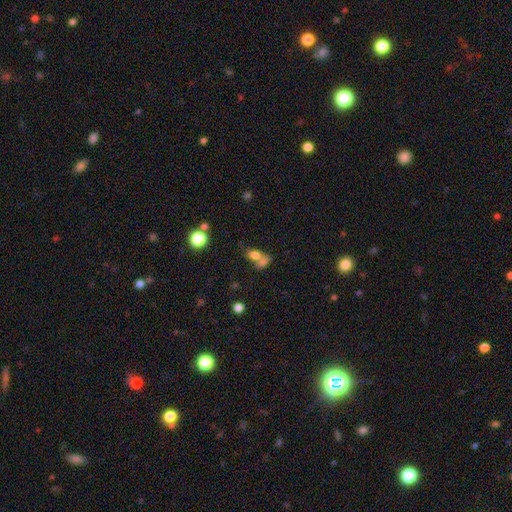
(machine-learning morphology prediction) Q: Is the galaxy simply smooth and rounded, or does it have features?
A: smooth — 73%.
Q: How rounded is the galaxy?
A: in between — 77%.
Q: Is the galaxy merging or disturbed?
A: merger — 56%.